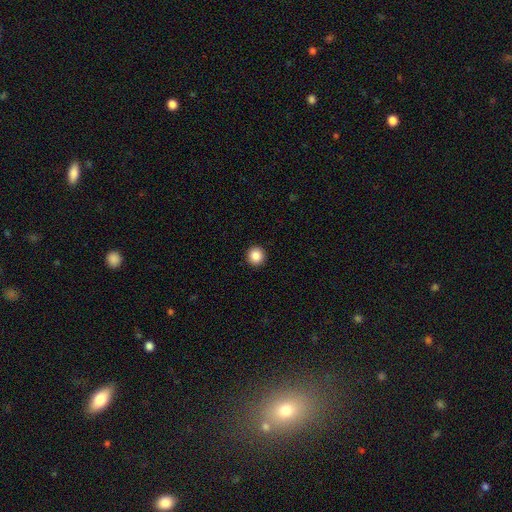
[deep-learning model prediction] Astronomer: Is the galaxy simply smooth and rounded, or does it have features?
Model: smooth — 87%.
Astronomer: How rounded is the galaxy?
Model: round — 95%.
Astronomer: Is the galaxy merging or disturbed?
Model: none — 94%.